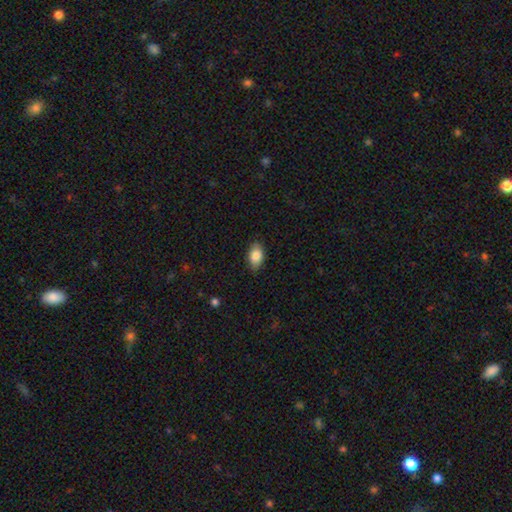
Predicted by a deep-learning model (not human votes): Morphology: type=smooth (86%); roundness=in between (90%); merging=none (84%).